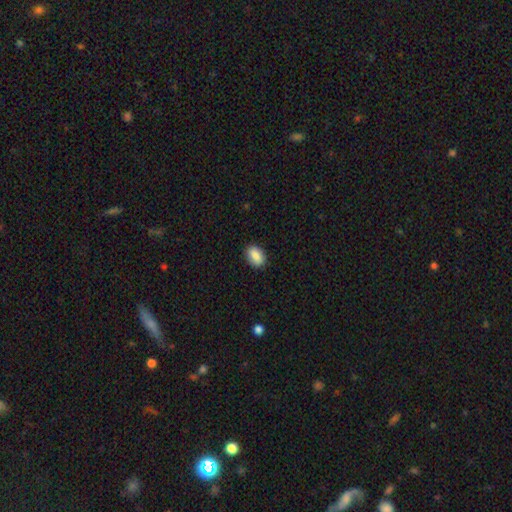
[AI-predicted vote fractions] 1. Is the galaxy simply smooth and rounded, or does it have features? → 86% smooth, 7% star or artifact, 6% featured or disk.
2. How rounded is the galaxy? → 81% in between, 17% round, 2% cigar-shaped.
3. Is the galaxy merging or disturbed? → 89% none, 8% minor disturbance, 2% major disturbance, 1% merger.